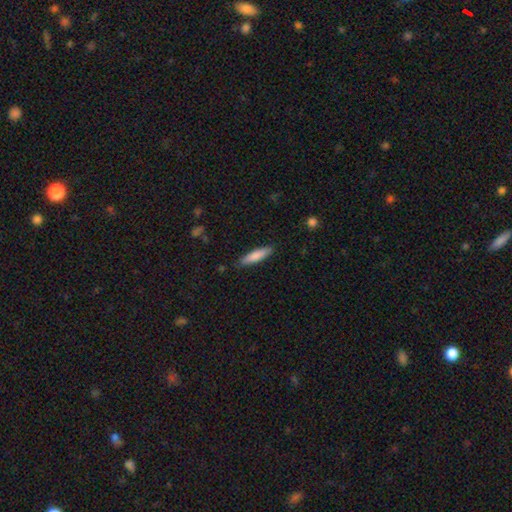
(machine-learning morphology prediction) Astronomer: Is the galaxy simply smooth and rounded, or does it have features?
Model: smooth — 81%.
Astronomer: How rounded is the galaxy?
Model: cigar-shaped — 78%.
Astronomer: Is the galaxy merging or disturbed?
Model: none — 87%.